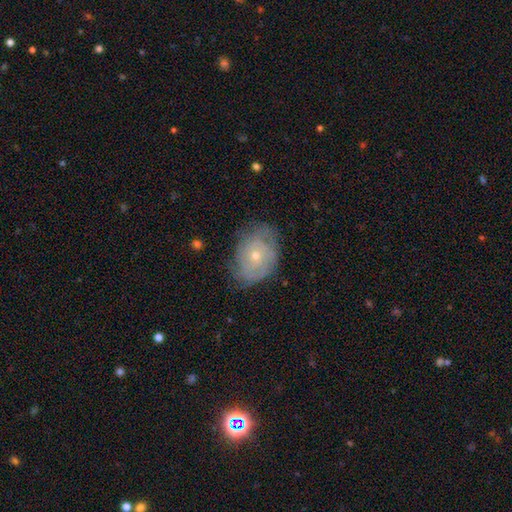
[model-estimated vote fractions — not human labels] smooth-or-featured: featured or disk: 59% | smooth: 32% | star or artifact: 9%
  disk-edge-on: no: 95% | yes: 5%
    bar: no: 86% | weak: 12% | strong: 2%
    has-spiral-arms: yes: 70% | no: 30%
    bulge-size: small: 65% | moderate: 32% | large: 1% | none: 1% | dominant: 1%
  merging: none: 69% | minor disturbance: 23% | major disturbance: 8% | merger: 1%